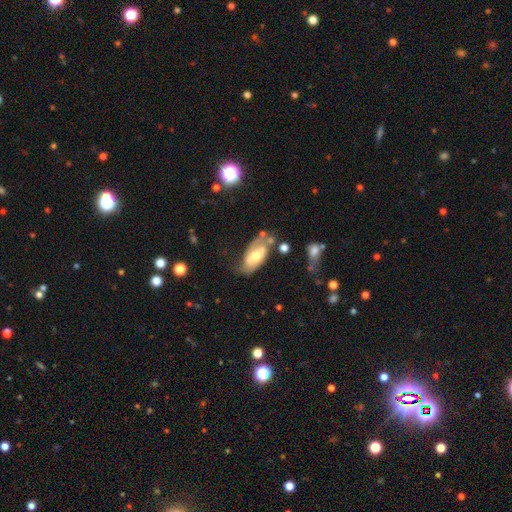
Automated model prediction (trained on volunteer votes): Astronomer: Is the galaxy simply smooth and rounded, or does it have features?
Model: featured or disk — 53% (runner-up: smooth, 40%).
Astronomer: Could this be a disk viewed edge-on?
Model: no — 88%.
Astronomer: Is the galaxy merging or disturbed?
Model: none — 47% (runner-up: minor disturbance, 27%).